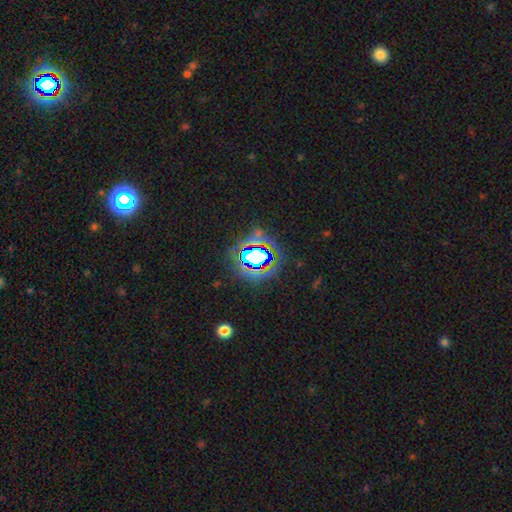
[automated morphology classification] A star or artifact, not a galaxy (63%).